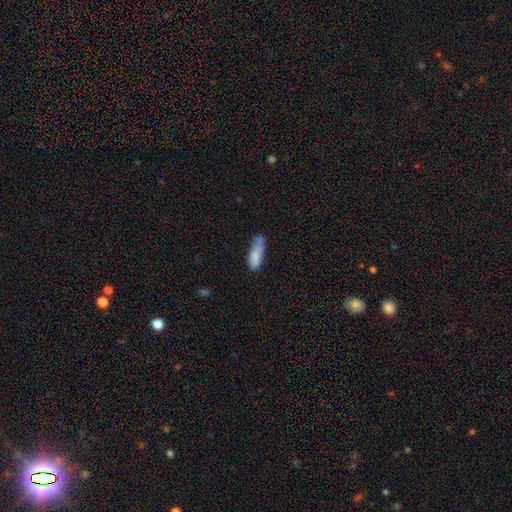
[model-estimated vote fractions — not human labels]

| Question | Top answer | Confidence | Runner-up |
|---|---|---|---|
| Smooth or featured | smooth | 80% | featured or disk (13%) |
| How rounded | cigar-shaped | 54% | in between (44%) |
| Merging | none | 45% | minor disturbance (34%) |